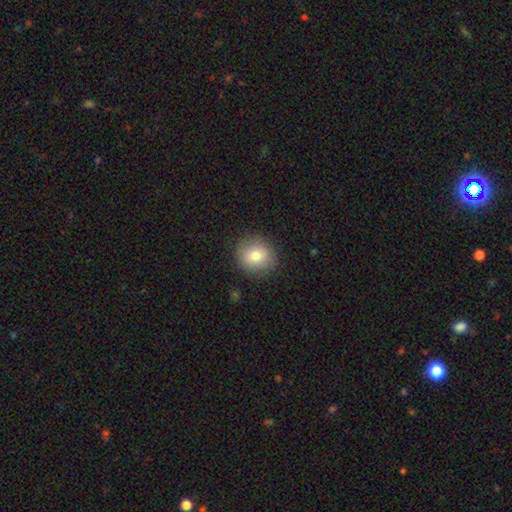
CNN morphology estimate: Smooth or featured?
  - smooth: 78% *
  - featured or disk: 12%
  - star or artifact: 10%
How rounded?
  - round: 84% *
  - in between: 15%
  - cigar-shaped: 1%
Merging?
  - none: 88% *
  - minor disturbance: 8%
  - major disturbance: 3%
  - merger: 1%